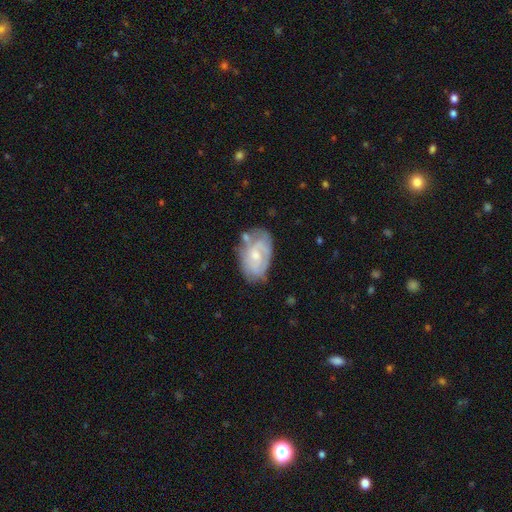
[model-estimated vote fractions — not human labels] Morphology: type=featured or disk (61%); edge-on=no (96%); bar=no (65%); spiral arms=yes (67%); bulge=moderate (47%); merging=none (55%).